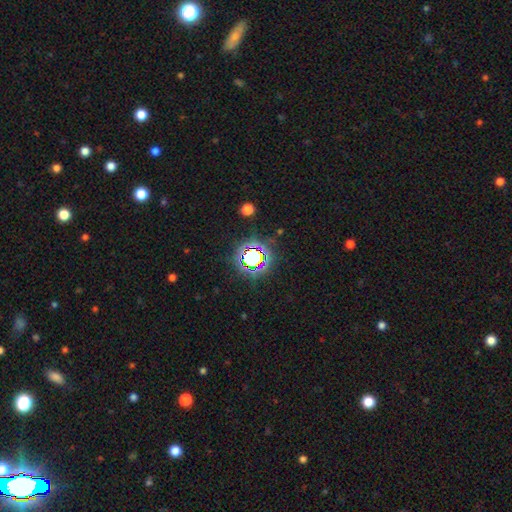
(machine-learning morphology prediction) Smooth or featured?
  - star or artifact: 64% *
  - smooth: 24%
  - featured or disk: 12%